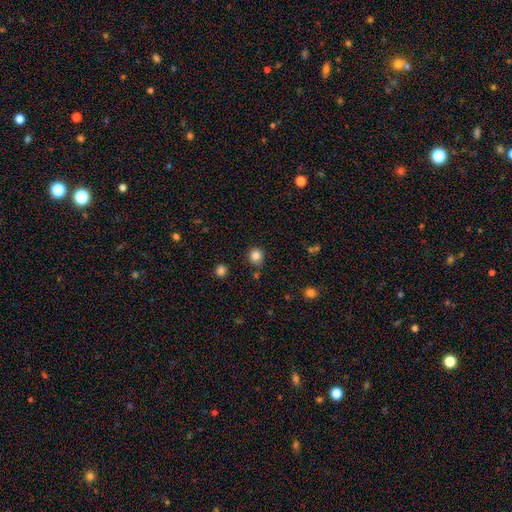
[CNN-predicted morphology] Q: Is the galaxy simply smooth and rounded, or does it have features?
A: smooth — 84%.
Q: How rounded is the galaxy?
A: round — 88%.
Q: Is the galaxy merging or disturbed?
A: none — 83%.